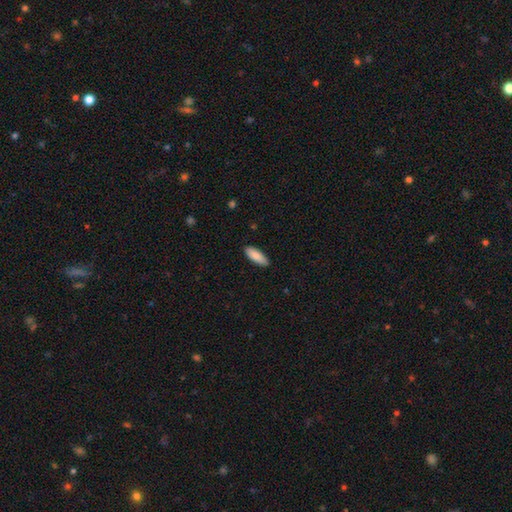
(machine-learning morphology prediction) A smooth galaxy with no disk features (87%) that is in between round and cigar-shaped (67%).

Vote fractions:
- Smooth or featured? smooth: 87% / featured or disk: 7% / star or artifact: 6%
- How rounded? in between: 67% / cigar-shaped: 31% / round: 2%
- Merging? none: 87% / minor disturbance: 10% / major disturbance: 2% / merger: 1%